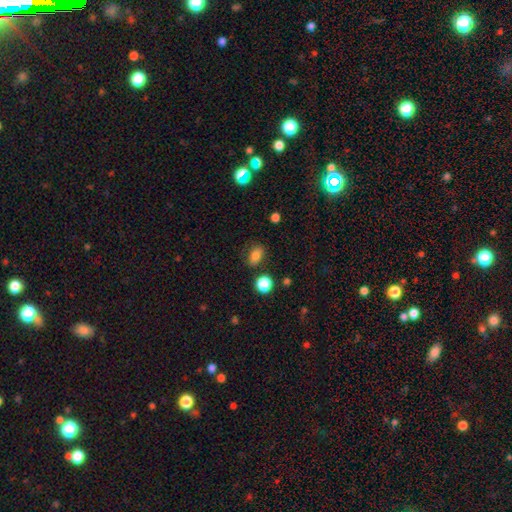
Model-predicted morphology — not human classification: A smooth galaxy with no disk features (81%) that is in between round and cigar-shaped (78%).

Vote fractions:
- Smooth or featured? smooth: 81% / star or artifact: 12% / featured or disk: 8%
- How rounded? in between: 78% / round: 20% / cigar-shaped: 2%
- Merging? none: 77% / minor disturbance: 15% / major disturbance: 4% / merger: 4%